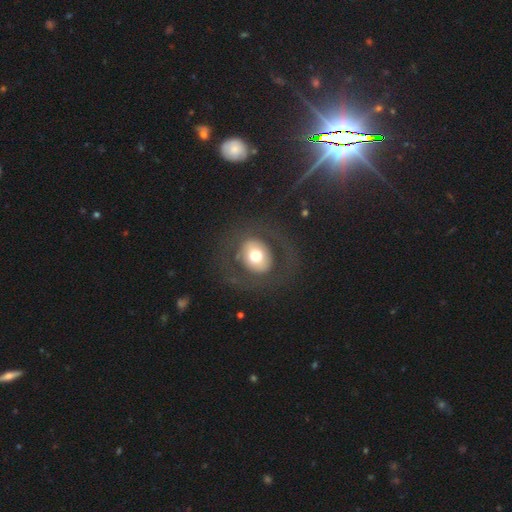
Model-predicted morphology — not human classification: smooth 51%, featured or disk 41%, star or artifact 8%. Down the decision tree: how rounded — round (68%); merging — none (75%).